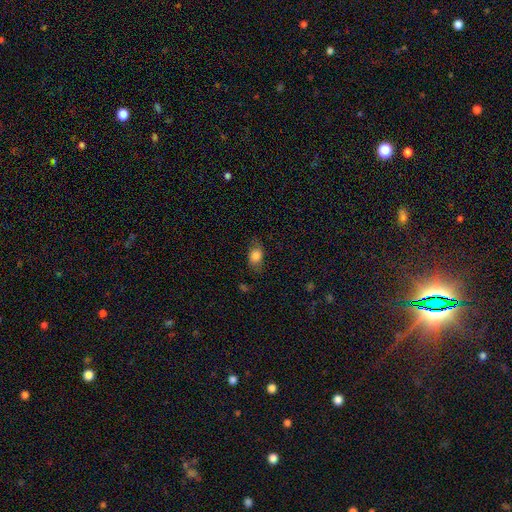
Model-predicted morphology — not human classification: This appears to be a smooth galaxy with no disk features (81%) that is in between round and cigar-shaped (77%). Merging: none (72%).